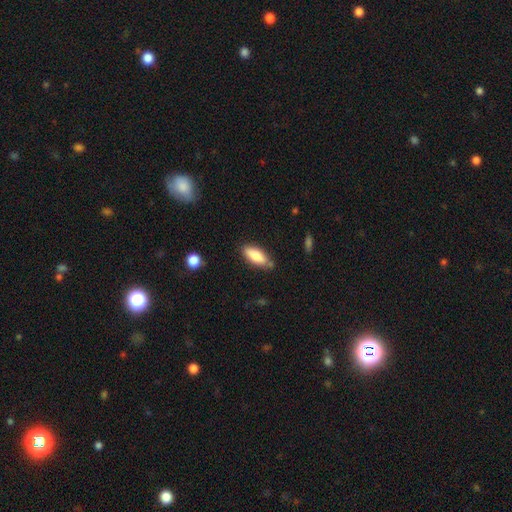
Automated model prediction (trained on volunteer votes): smooth_or_featured: smooth (p=0.79) [alt: featured or disk p=0.15]
how_rounded: in between (p=0.72) [alt: cigar-shaped p=0.26]
merging: none (p=0.75) [alt: minor disturbance p=0.17]